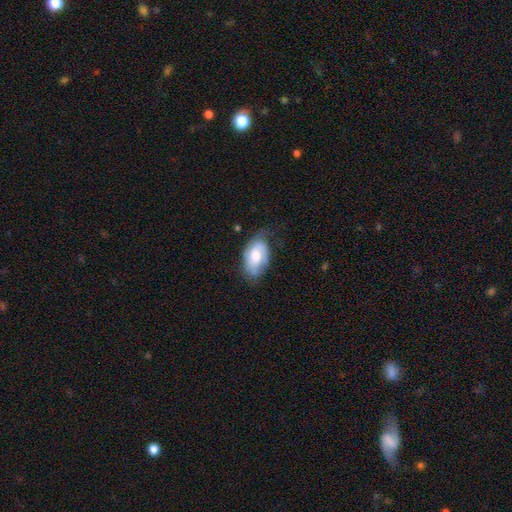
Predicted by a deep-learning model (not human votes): smooth 60%, featured or disk 33%, star or artifact 7%. Down the decision tree: how rounded — in between (93%); merging — none (49%).